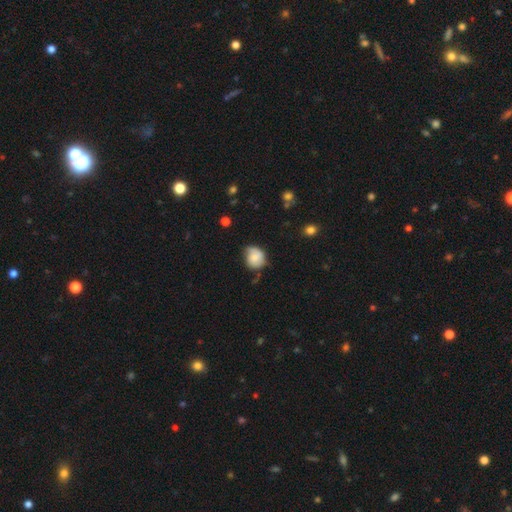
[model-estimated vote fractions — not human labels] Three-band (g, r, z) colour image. It shows a smooth galaxy with no disk features (71%) that is round (67%). Merging: none (52%).